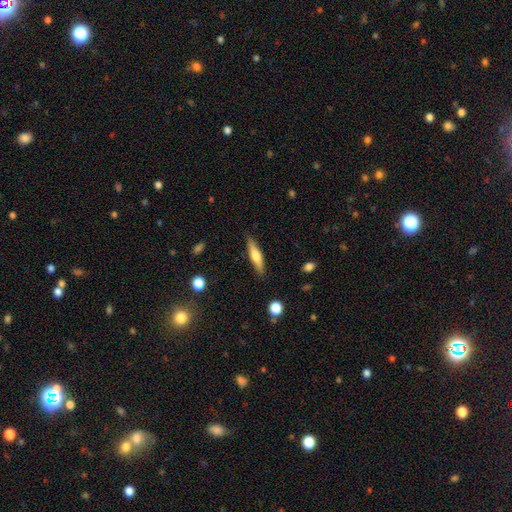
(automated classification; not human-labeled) The model was most divided on "smooth or featured": smooth: 52%, featured or disk: 42%, star or artifact: 6%. More confident: merging — none (87%); how rounded — cigar-shaped (79%).